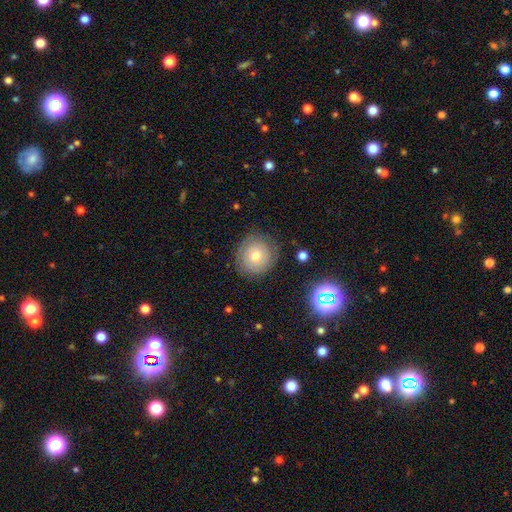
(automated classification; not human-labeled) Smooth or featured?
  - smooth: 56% *
  - featured or disk: 31%
  - star or artifact: 12%
How rounded?
  - round: 91% *
  - in between: 8%
  - cigar-shaped: 1%
Merging?
  - none: 82% *
  - minor disturbance: 13%
  - major disturbance: 4%
  - merger: 1%